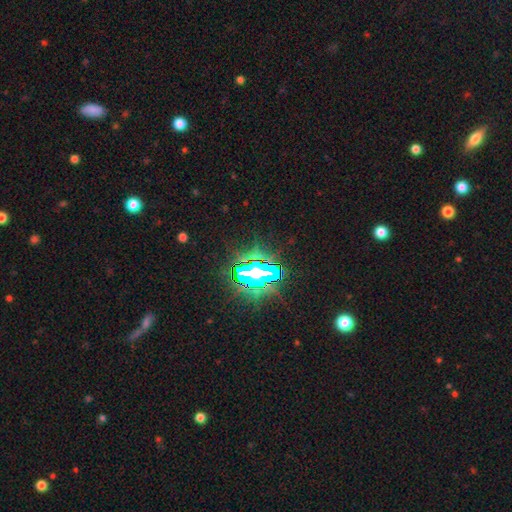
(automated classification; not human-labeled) smooth_or_featured: star or artifact (p=0.82) [alt: smooth p=0.11]